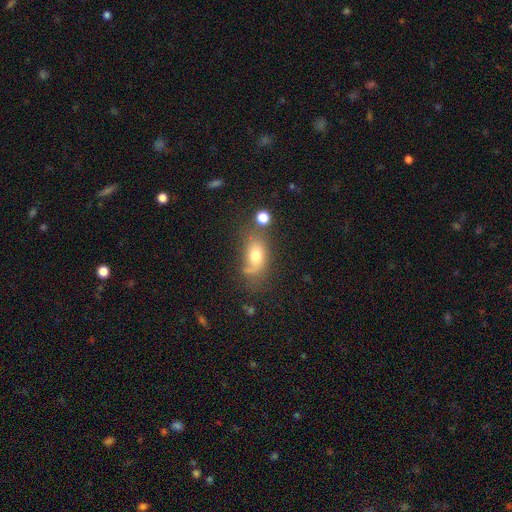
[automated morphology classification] The model was most divided on "merging": none: 47%, minor disturbance: 25%, major disturbance: 16%, merger: 13%. More confident: how rounded — in between (82%); smooth or featured — smooth (68%).